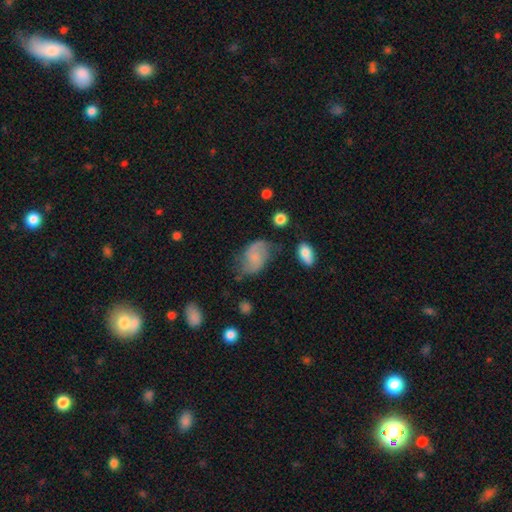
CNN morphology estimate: smooth_or_featured: featured or disk (p=0.53) [alt: smooth p=0.38]
disk_edge_on: no (p=0.97) [alt: yes p=0.03]
bar: no (p=0.61) [alt: weak p=0.33]
has_spiral_arms: yes (p=0.86) [alt: no p=0.14]
bulge_size: small (p=0.44) [alt: none p=0.32]
merging: none (p=0.54) [alt: minor disturbance p=0.29]